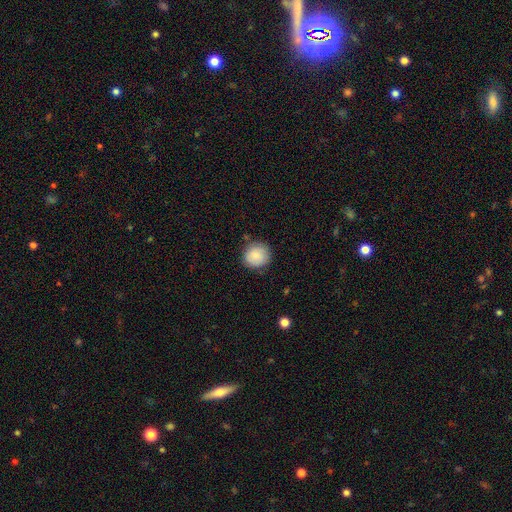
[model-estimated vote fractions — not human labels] smooth-or-featured: smooth: 83% | featured or disk: 10% | star or artifact: 7%
  how-rounded: round: 88% | in between: 12% | cigar-shaped: 1%
  merging: none: 83% | minor disturbance: 13% | major disturbance: 3% | merger: 2%